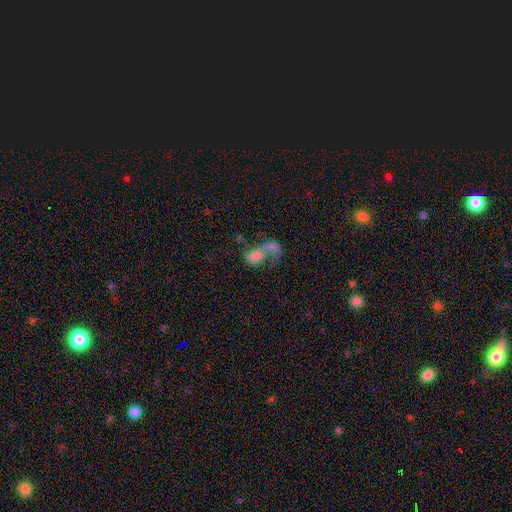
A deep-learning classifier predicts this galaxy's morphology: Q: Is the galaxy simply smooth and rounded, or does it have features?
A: smooth — 53%.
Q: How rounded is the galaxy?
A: in between — 80%.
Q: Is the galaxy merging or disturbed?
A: merger — 67%.